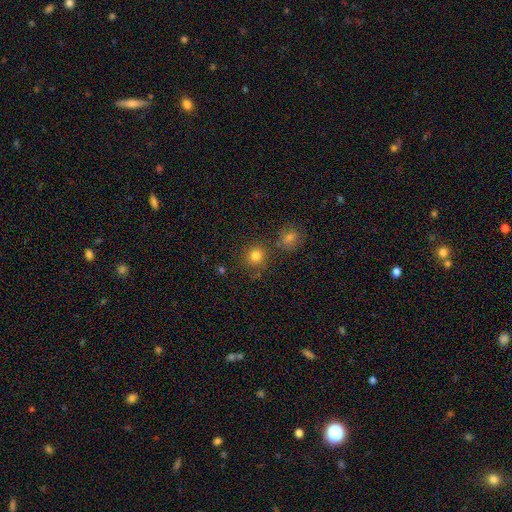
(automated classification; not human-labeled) Smooth or featured? Predicted: smooth (p=0.81). How rounded? Predicted: round (p=0.87). Merging? Predicted: none (p=0.76).